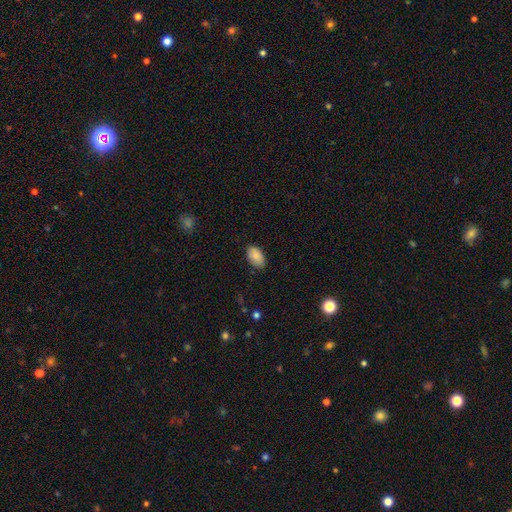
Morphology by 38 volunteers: A smooth galaxy with no disk features (92%) that is in between round and cigar-shaped (91%). Merging: none (74%).